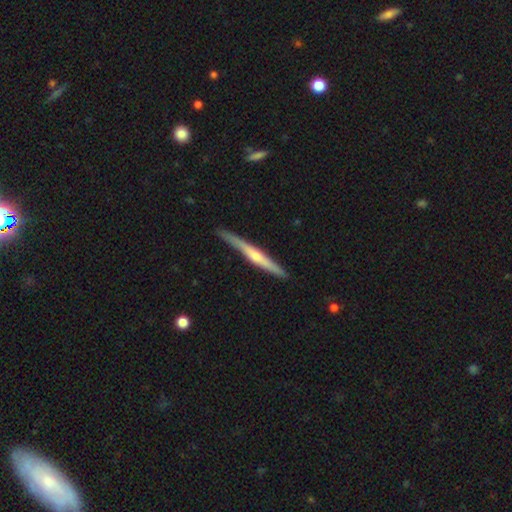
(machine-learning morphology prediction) This appears to be a featured or disk galaxy (74%) viewed edge-on (98%) with a rounded central bulge (81%). Merging: none (88%).